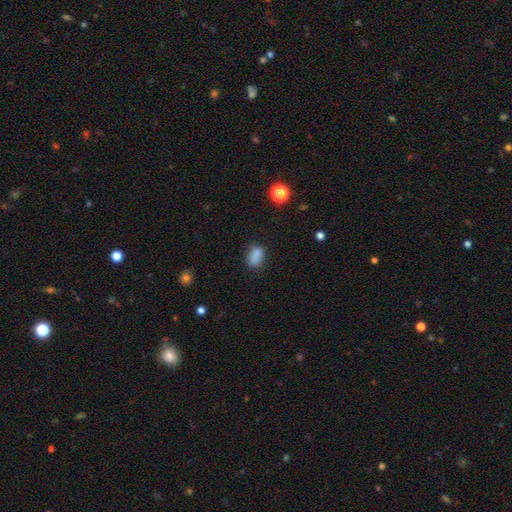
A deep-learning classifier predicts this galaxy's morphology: smooth_or_featured: smooth (p=0.85) [alt: star or artifact p=0.11]
how_rounded: in between (p=0.80) [alt: round p=0.19]
merging: none (p=0.78) [alt: minor disturbance p=0.16]